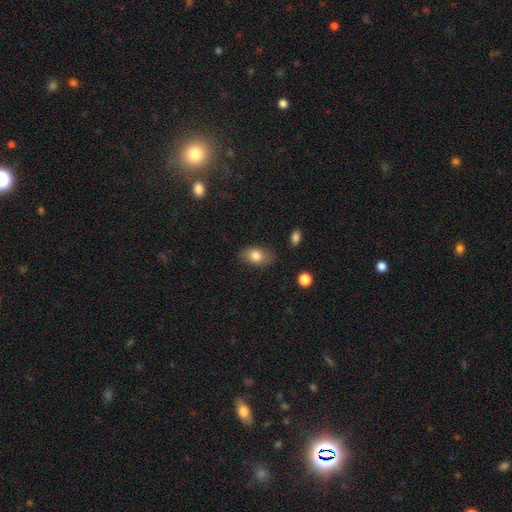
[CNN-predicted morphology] smooth 80%, featured or disk 11%, star or artifact 8%. Down the decision tree: how rounded — in between (84%); merging — none (81%).